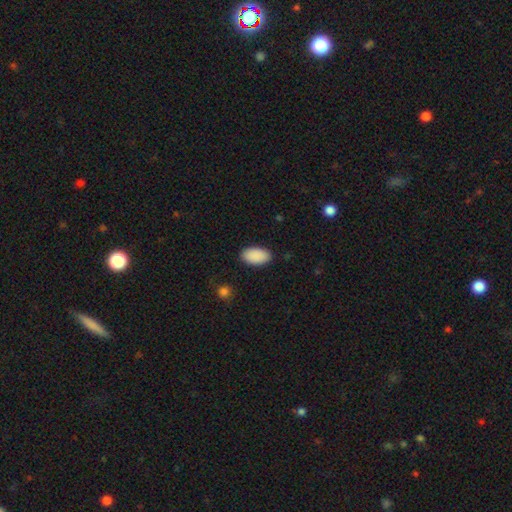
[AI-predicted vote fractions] Q: Smooth or featured?
A: smooth (91%); runner-up: star or artifact (6%)
Q: How rounded?
A: in between (95%); runner-up: round (3%)
Q: Merging?
A: none (89%); runner-up: minor disturbance (8%)